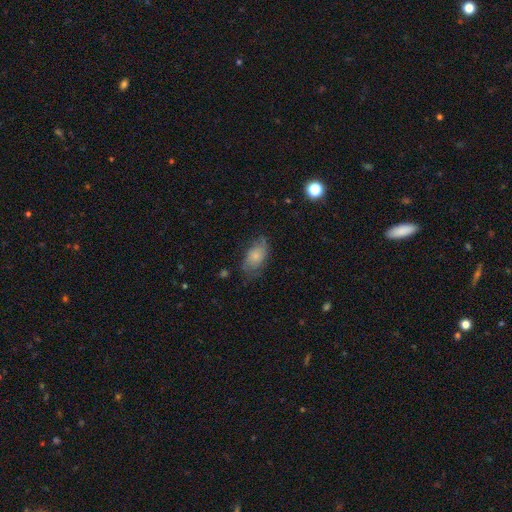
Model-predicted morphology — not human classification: Smooth or featured: smooth — 62% (featured or disk — 31%)
How rounded: in between — 90% (round — 7%)
Merging: none — 61% (minor disturbance — 26%)